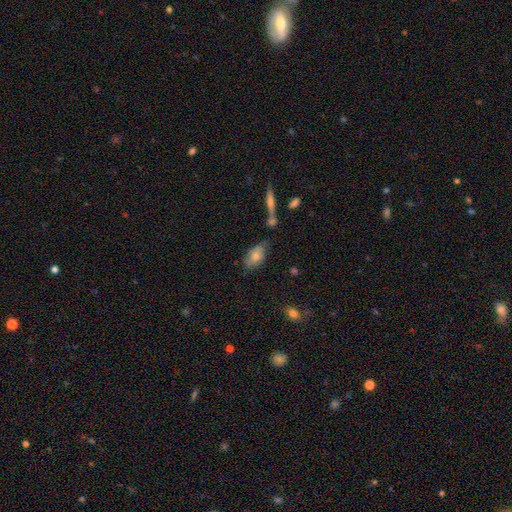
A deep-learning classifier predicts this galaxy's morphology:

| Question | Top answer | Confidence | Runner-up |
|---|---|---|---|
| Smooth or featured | smooth | 69% | featured or disk (24%) |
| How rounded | in between | 87% | round (7%) |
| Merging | none | 57% | minor disturbance (26%) |